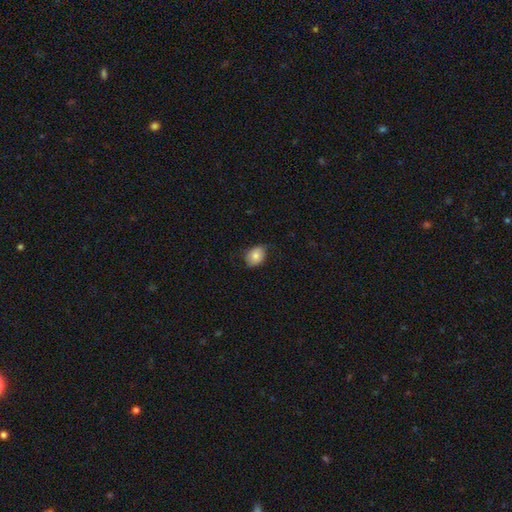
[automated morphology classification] Smooth or featured?
  - smooth: 80% *
  - featured or disk: 12%
  - star or artifact: 8%
How rounded?
  - in between: 60% *
  - round: 39%
  - cigar-shaped: 1%
Merging?
  - none: 72% *
  - minor disturbance: 23%
  - major disturbance: 4%
  - merger: 1%